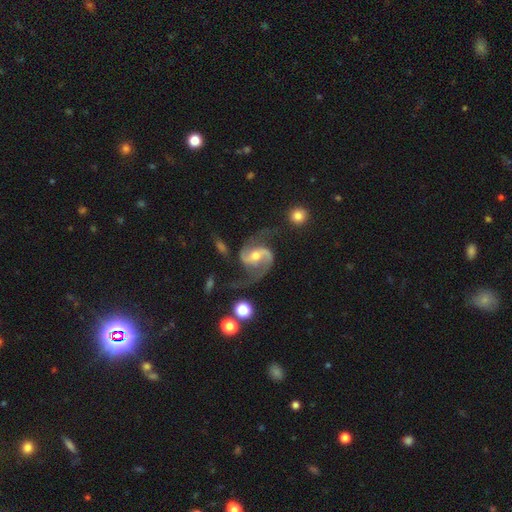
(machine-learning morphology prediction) This appears to be a featured or disk galaxy (92%) with a weak bar (41%), 2 (94%) medium (50%) spiral arms (98%) and a moderate central bulge (61%). Merging: none (68%).